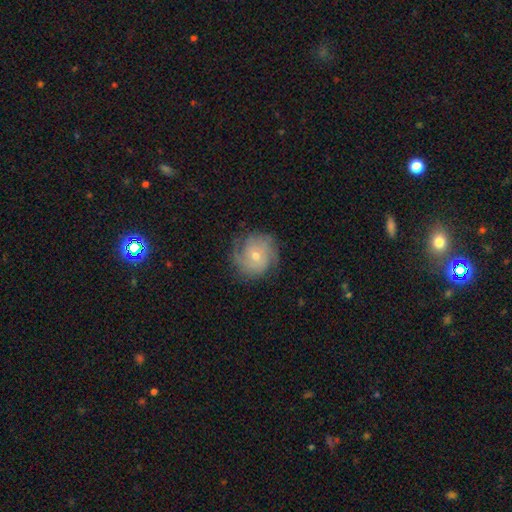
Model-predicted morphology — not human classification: This is likely a featured or disk galaxy (69%). It is clearly not viewed edge-on (97%). Bar: likely no (78%). Spiral arm pattern: clearly yes (90%). Spiral arm count: marginally can't tell (35%). Spiral winding: possibly tight (58%). Central bulge: likely small (61%). Merging: likely none (75%).